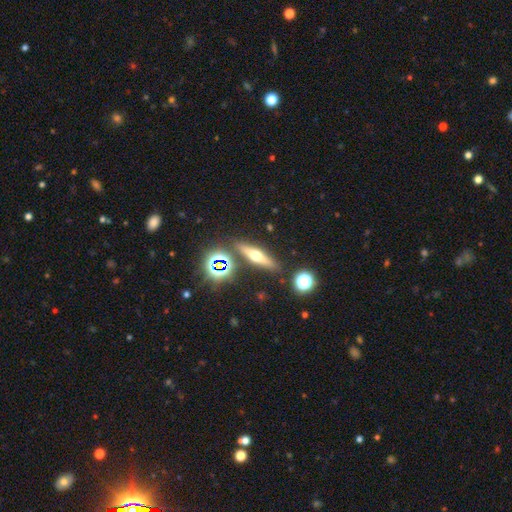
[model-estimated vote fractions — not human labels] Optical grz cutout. It shows a featured or disk galaxy (53%) viewed edge-on (90%). Merging: none (84%).